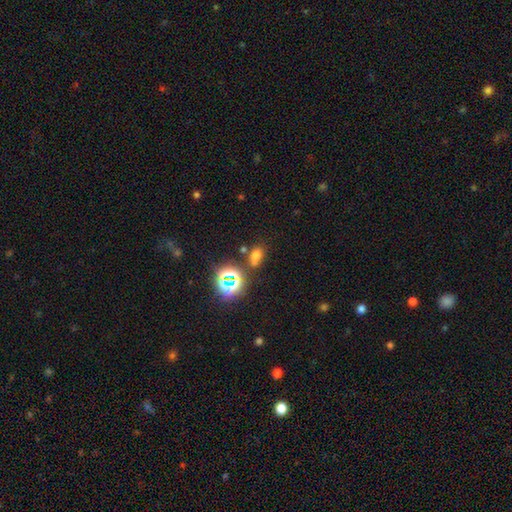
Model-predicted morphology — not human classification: smooth 59%, star or artifact 31%, featured or disk 10%. Down the decision tree: how rounded — in between (70%); merging — none (61%).